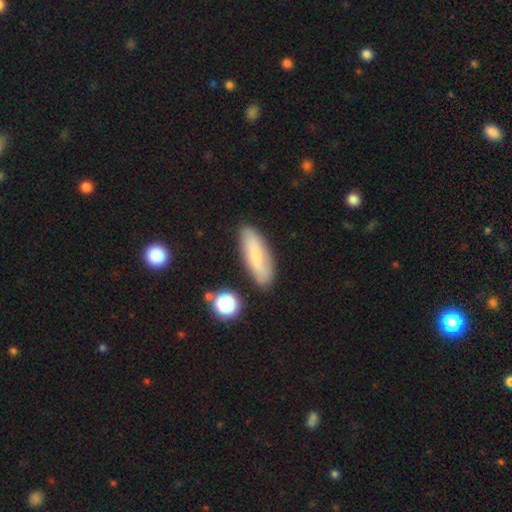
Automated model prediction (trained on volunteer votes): Q: Smooth or featured?
A: smooth (70%); runner-up: featured or disk (22%)
Q: How rounded?
A: in between (57%); runner-up: cigar-shaped (41%)
Q: Merging?
A: none (80%); runner-up: minor disturbance (14%)